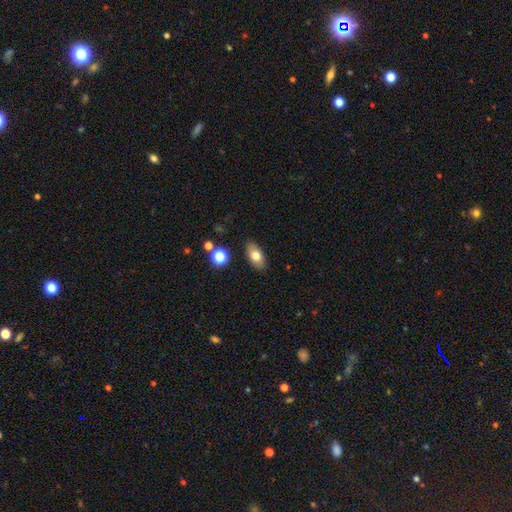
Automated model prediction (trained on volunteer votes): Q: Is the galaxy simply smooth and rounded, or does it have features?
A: smooth — 77%.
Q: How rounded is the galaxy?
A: in between — 89%.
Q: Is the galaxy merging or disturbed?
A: none — 86%.